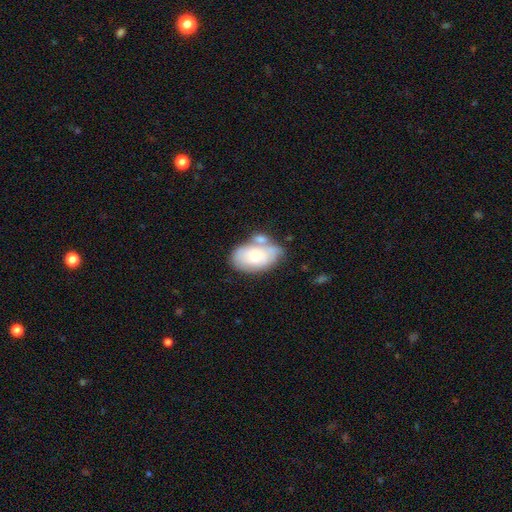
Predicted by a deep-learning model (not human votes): A smooth galaxy with no disk features (59%) that is in between round and cigar-shaped (90%).

Vote fractions:
- Smooth or featured? smooth: 59% / featured or disk: 35% / star or artifact: 6%
- How rounded? in between: 90% / round: 9% / cigar-shaped: 1%
- Merging? none: 38% / merger: 30% / minor disturbance: 23% / major disturbance: 9%